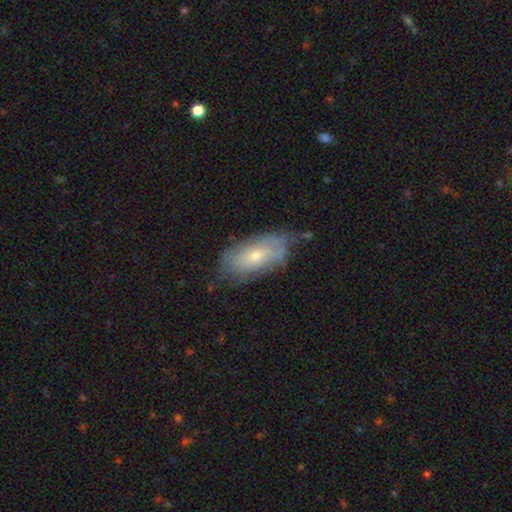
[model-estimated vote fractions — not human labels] Smooth or featured: smooth — 47% (featured or disk — 46%)
Merging: none — 51% (minor disturbance — 34%)